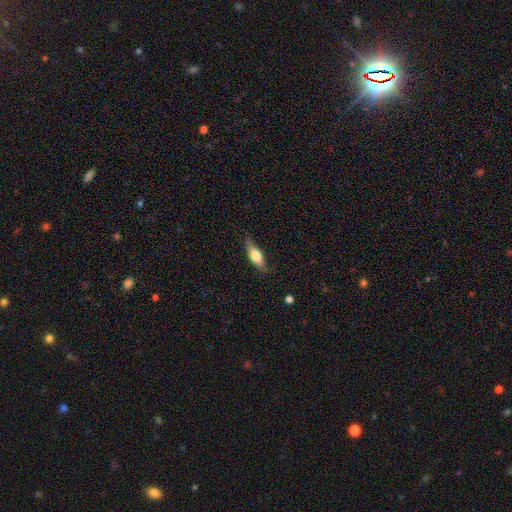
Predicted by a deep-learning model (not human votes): This is likely a smooth galaxy (60%). How rounded: possibly in between (55%). Merging: likely none (80%).